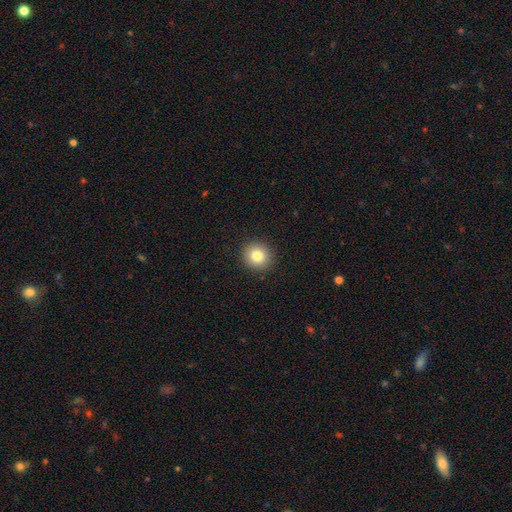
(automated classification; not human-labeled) The model was most divided on "smooth or featured": smooth: 81%, star or artifact: 12%, featured or disk: 7%. More confident: merging — none (93%); how rounded — round (93%).